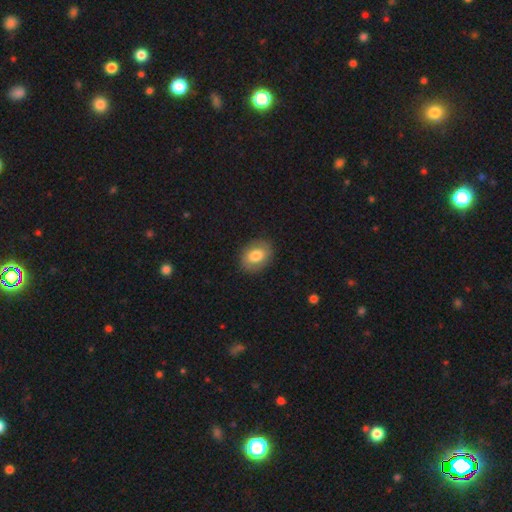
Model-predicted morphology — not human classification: A smooth galaxy with no disk features (76%) that is in between round and cigar-shaped (63%).

Vote fractions:
- Smooth or featured? smooth: 76% / featured or disk: 16% / star or artifact: 7%
- How rounded? in between: 63% / round: 36% / cigar-shaped: 1%
- Merging? none: 86% / minor disturbance: 10% / major disturbance: 3% / merger: 1%